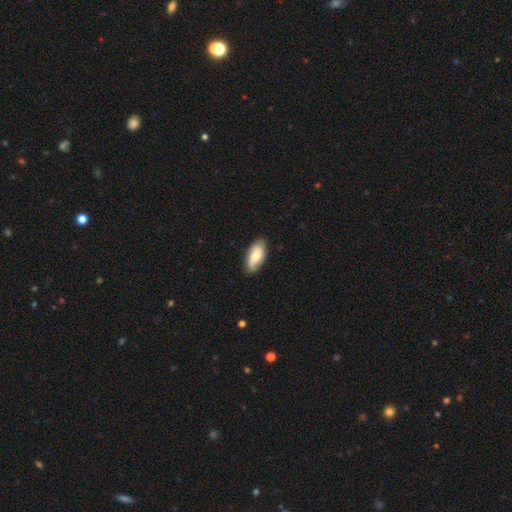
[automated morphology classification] A smooth galaxy with no disk features (68%) that is in between round and cigar-shaped (87%).

Vote fractions:
- Smooth or featured? smooth: 68% / featured or disk: 26% / star or artifact: 6%
- How rounded? in between: 87% / cigar-shaped: 11% / round: 2%
- Merging? none: 84% / minor disturbance: 13% / major disturbance: 2% / merger: 1%